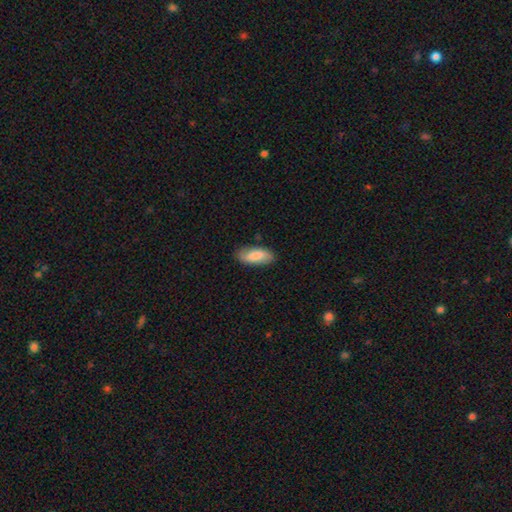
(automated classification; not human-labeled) A smooth galaxy with no disk features (79%) that is in between round and cigar-shaped (84%).

Vote fractions:
- Smooth or featured? smooth: 79% / featured or disk: 15% / star or artifact: 6%
- How rounded? in between: 84% / cigar-shaped: 14% / round: 2%
- Merging? none: 82% / minor disturbance: 14% / major disturbance: 3% / merger: 1%